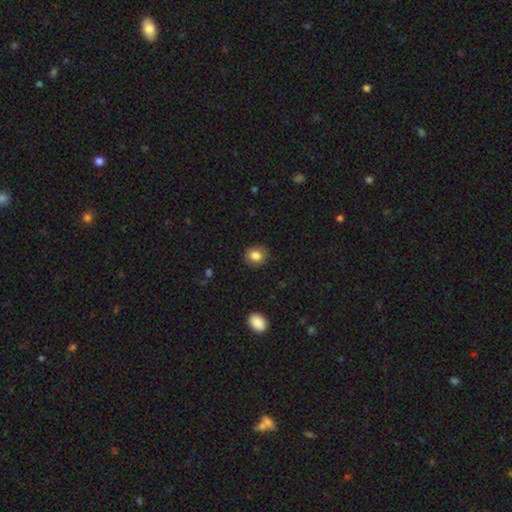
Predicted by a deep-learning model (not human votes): Q: Smooth or featured?
A: smooth (83%); runner-up: star or artifact (10%)
Q: How rounded?
A: round (71%); runner-up: in between (28%)
Q: Merging?
A: none (85%); runner-up: minor disturbance (12%)